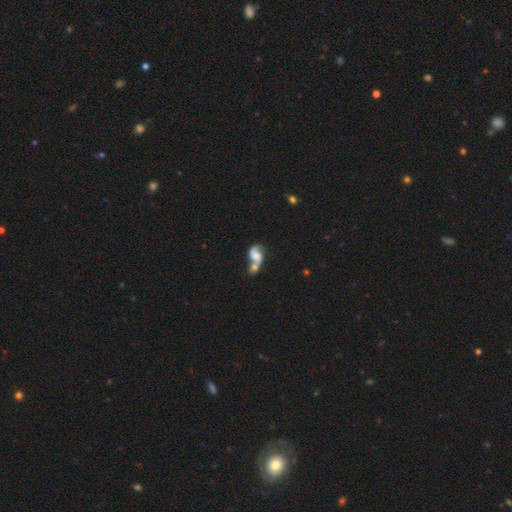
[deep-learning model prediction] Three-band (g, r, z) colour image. It shows a featured or disk galaxy (59%) with no bar (60%), spiral arms (81%) and a moderate central bulge (30%). Merging: merger (65%).